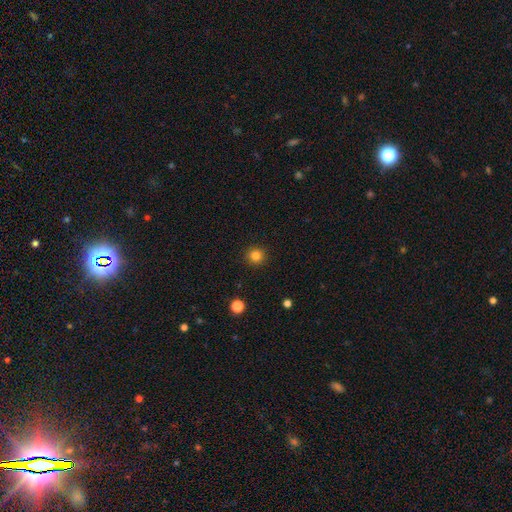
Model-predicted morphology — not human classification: Smooth or featured? smooth (83%)
How rounded? round (94%)
Merging? none (92%)